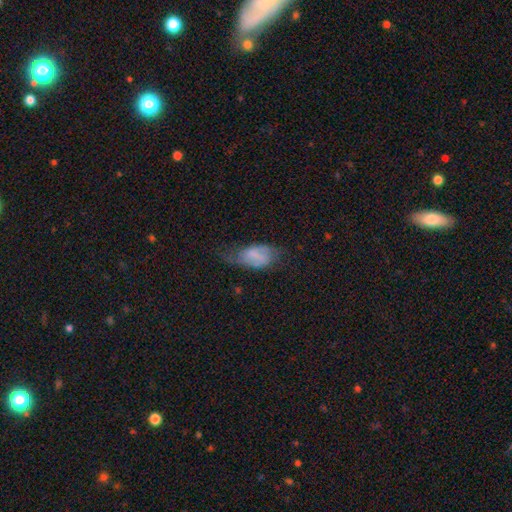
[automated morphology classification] Overall: smooth (56%; featured or disk 35%). How rounded: in between (91%). Merging: none (36%; minor disturbance 35%).